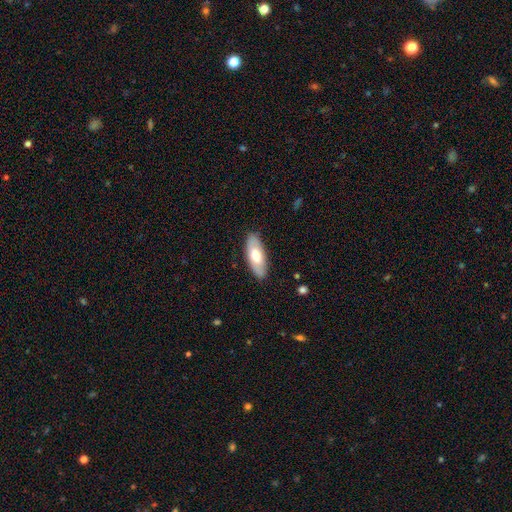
Smooth or featured?
  - smooth: 58% *
  - featured or disk: 37%
  - star or artifact: 5%
How rounded?
  - in between: 68% *
  - cigar-shaped: 27%
  - round: 5%
Merging?
  - none: 89% *
  - minor disturbance: 8%
  - merger: 3%
  - major disturbance: 0%